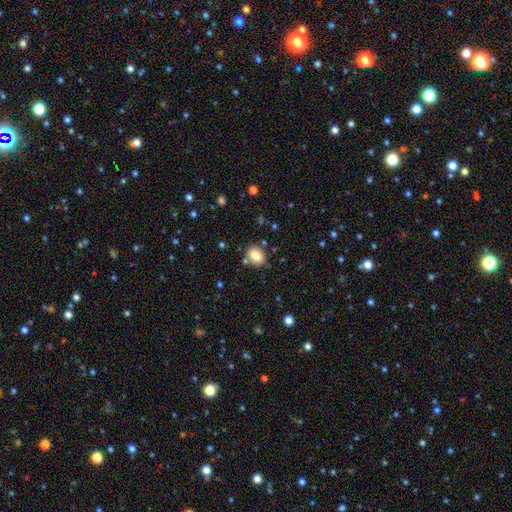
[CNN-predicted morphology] Smooth or featured? smooth (81%)
How rounded? round (56%)
Merging? none (82%)